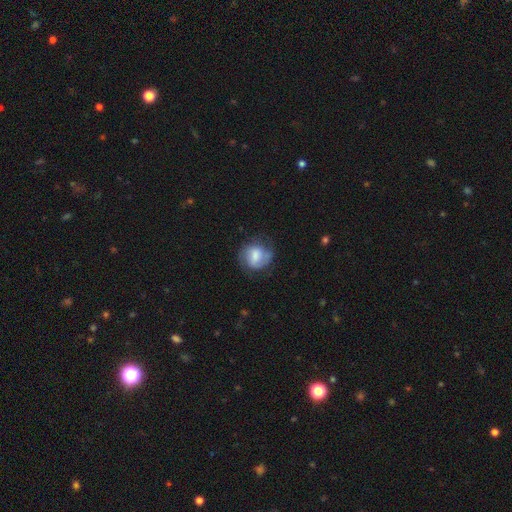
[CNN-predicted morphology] type=smooth (52%); roundness=round (67%); merging=none (60%).